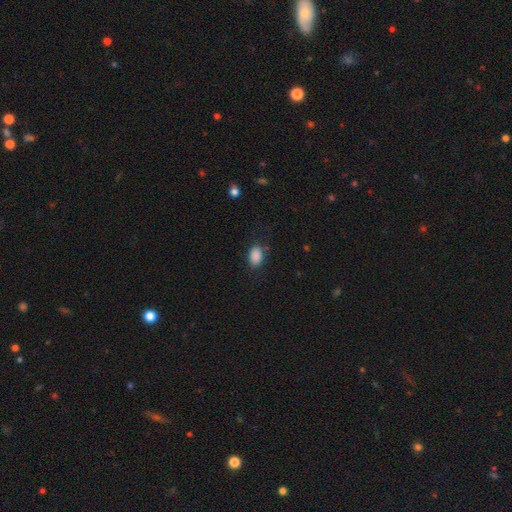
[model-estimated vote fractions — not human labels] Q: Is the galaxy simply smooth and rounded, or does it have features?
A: smooth — 89%.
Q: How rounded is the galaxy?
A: in between — 88%.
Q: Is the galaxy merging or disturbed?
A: none — 80%.